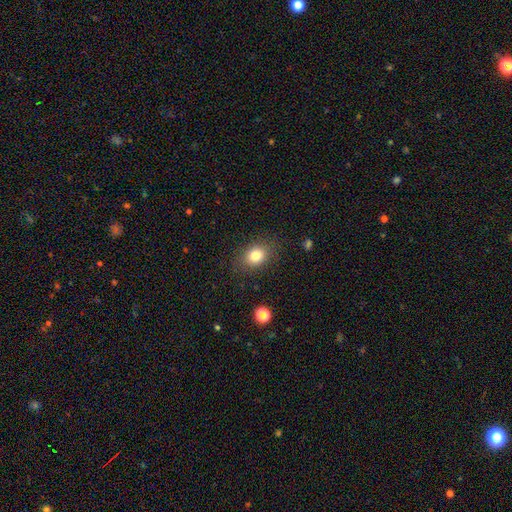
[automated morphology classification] smooth 81%, star or artifact 11%, featured or disk 9%. Down the decision tree: how rounded — in between (57%); merging — none (83%).